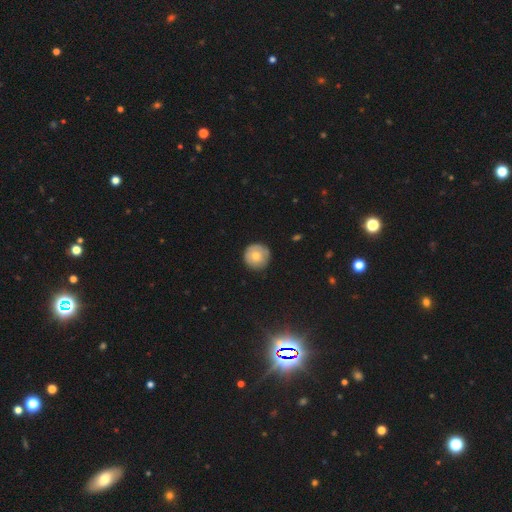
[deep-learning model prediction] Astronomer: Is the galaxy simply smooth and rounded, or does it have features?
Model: smooth — 70%.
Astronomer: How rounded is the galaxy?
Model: round — 96%.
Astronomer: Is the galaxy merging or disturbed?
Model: none — 84%.